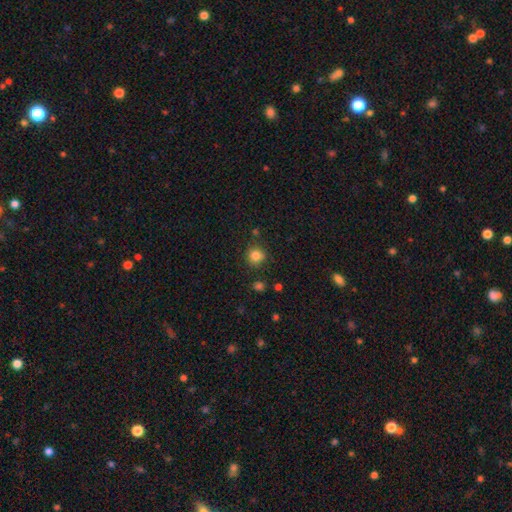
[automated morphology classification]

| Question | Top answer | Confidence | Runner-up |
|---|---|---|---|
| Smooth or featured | smooth | 83% | star or artifact (12%) |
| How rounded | round | 91% | in between (8%) |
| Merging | none | 86% | minor disturbance (9%) |